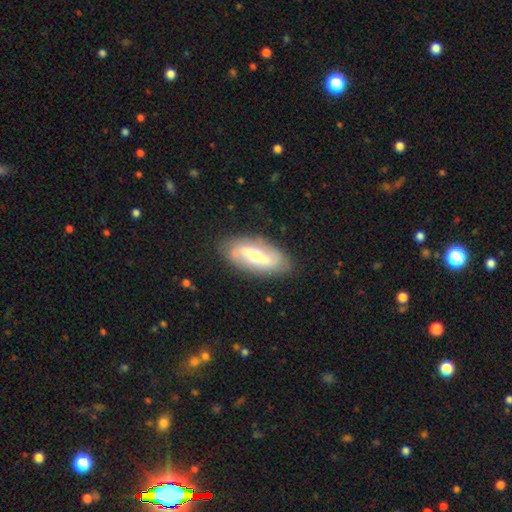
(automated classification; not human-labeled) This appears to be a featured or disk galaxy (64%) with a weak bar (42%), spiral arms (78%) and a moderate central bulge (60%). Merging: none (85%).